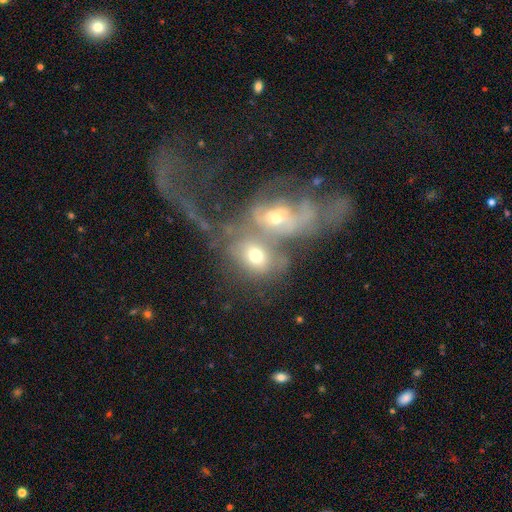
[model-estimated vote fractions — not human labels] Smooth or featured? smooth (50%)
How rounded? in between (56%)
Merging? merger (65%)